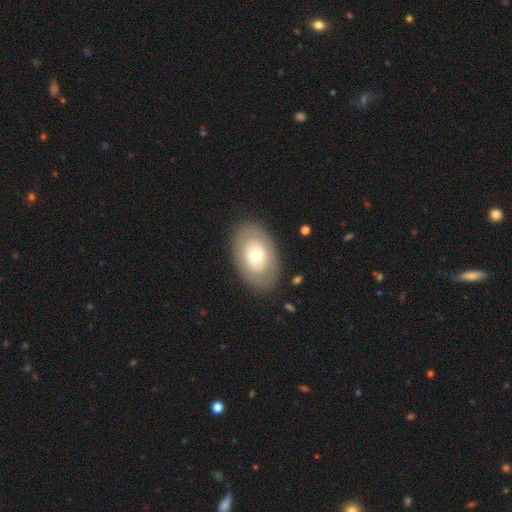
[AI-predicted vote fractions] smooth_or_featured: smooth (p=0.55) [alt: featured or disk p=0.39]
how_rounded: in between (p=0.83) [alt: round p=0.15]
merging: none (p=0.85) [alt: minor disturbance p=0.10]